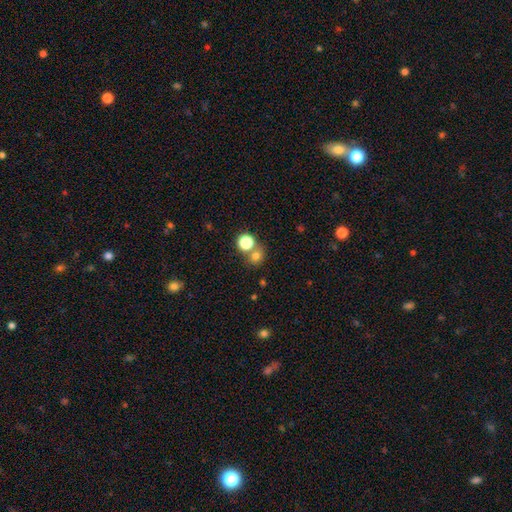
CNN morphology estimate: Smooth or featured? Predicted: smooth (p=0.74). How rounded? Predicted: round (p=0.76). Merging? Predicted: none (p=0.58).